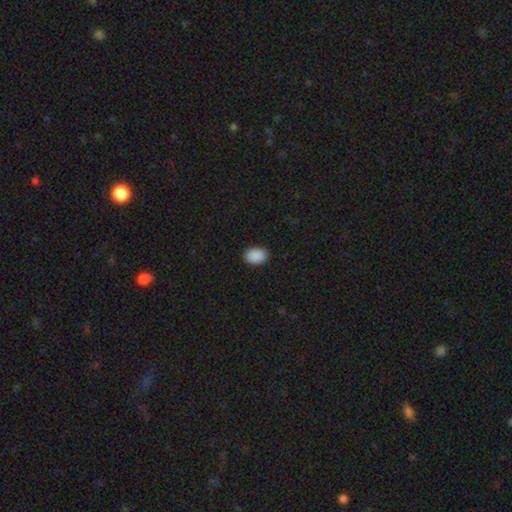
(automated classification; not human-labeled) Smooth or featured: smooth — 90% (star or artifact — 8%)
How rounded: in between — 76% (round — 24%)
Merging: none — 90% (minor disturbance — 8%)